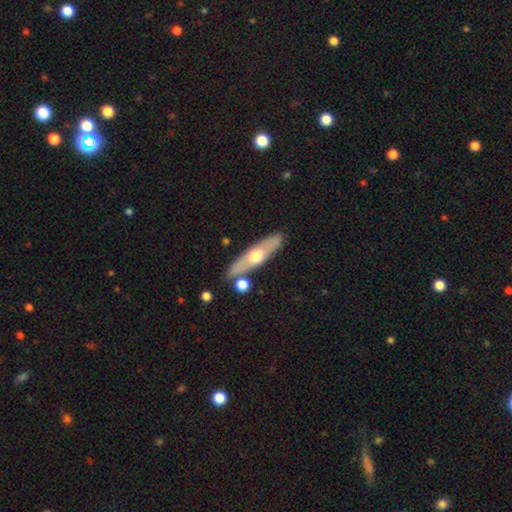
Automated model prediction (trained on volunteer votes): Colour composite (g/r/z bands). It shows a featured or disk galaxy (51%) viewed edge-on (75%). Merging: none (81%).